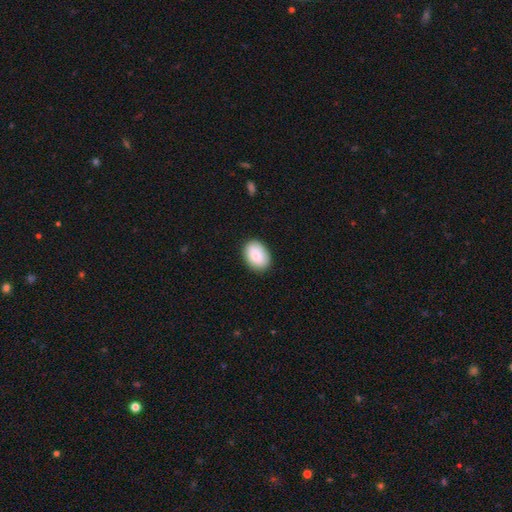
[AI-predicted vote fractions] A smooth galaxy with no disk features (84%) that is in between round and cigar-shaped (78%). Merging: none (87%).